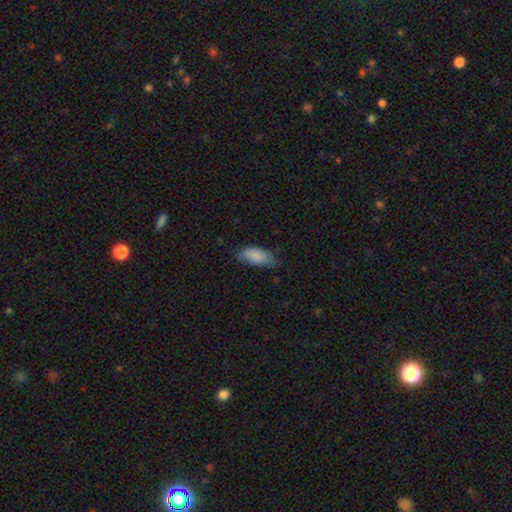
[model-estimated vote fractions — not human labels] Overall: smooth (83%). How rounded: in between (89%). Merging: none (56%; minor disturbance 34%).